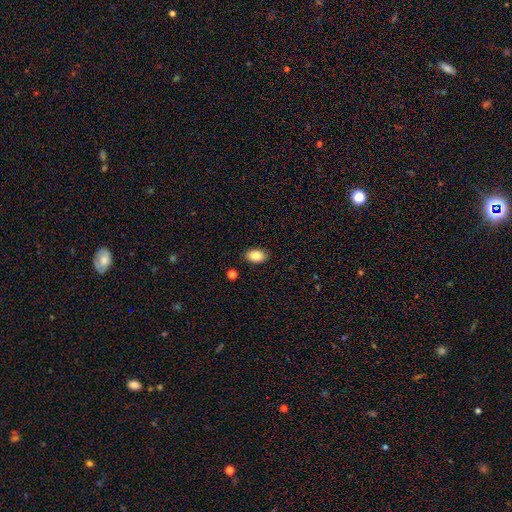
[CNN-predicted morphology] A smooth galaxy with no disk features (86%) that is in between round and cigar-shaped (88%). Merging: none (86%).